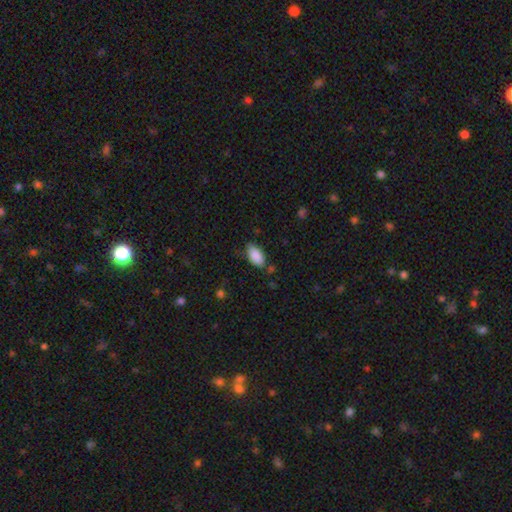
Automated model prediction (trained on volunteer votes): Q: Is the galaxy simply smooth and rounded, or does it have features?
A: smooth — 89%.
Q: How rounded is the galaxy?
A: in between — 94%.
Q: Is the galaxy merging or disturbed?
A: none — 70%.